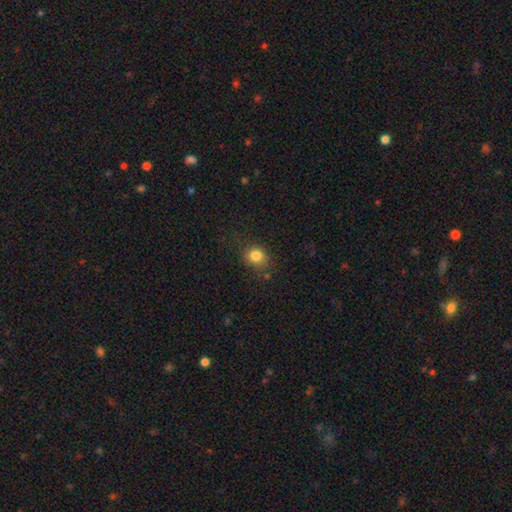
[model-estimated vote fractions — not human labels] Smooth or featured?
  - smooth: 83% *
  - star or artifact: 11%
  - featured or disk: 6%
How rounded?
  - round: 73% *
  - in between: 26%
  - cigar-shaped: 1%
Merging?
  - none: 77% *
  - minor disturbance: 15%
  - major disturbance: 6%
  - merger: 2%